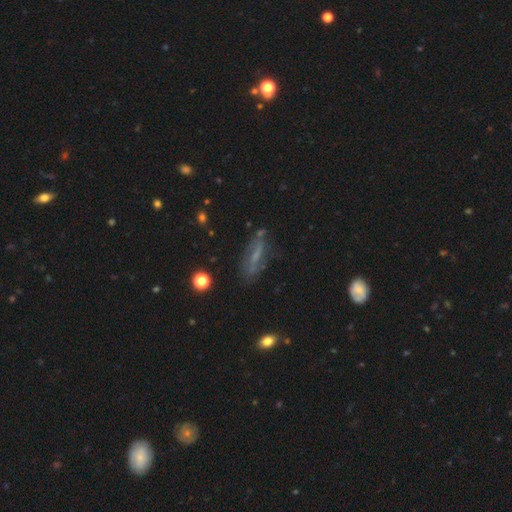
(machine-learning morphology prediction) This is possibly a featured or disk galaxy (49%). Merging: likely none (65%).